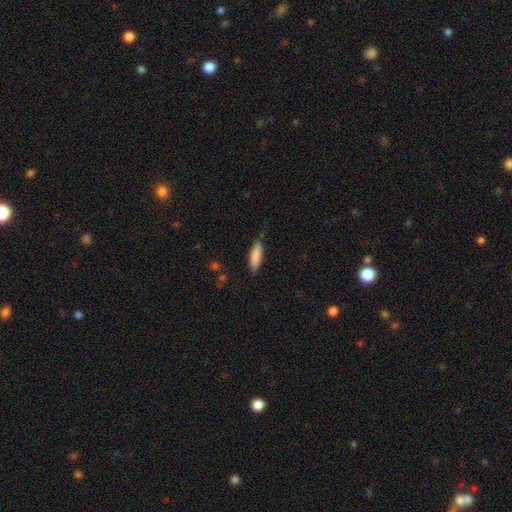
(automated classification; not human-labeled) This is clearly a smooth galaxy (84%). How rounded: likely cigar-shaped (63%). Merging: likely none (79%).